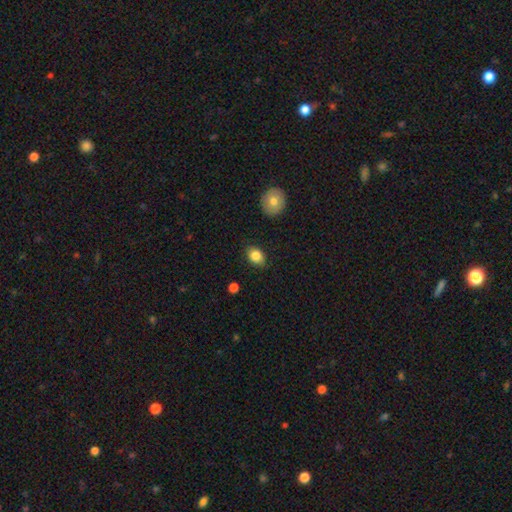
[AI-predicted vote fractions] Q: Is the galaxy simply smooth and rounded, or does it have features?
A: smooth — 85%.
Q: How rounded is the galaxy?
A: in between — 65%.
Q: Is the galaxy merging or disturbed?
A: none — 85%.